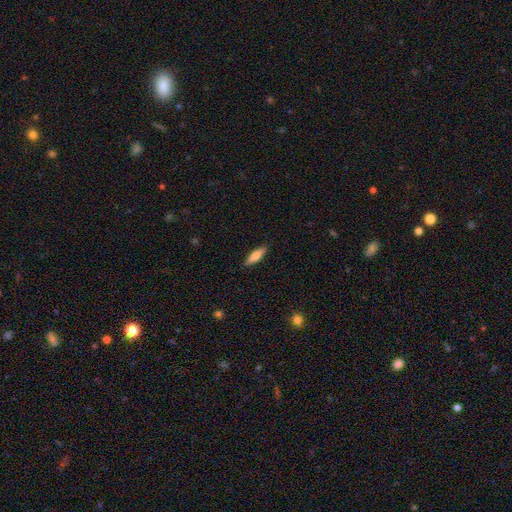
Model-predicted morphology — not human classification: Overall: smooth (62%; featured or disk 32%). How rounded: cigar-shaped (61%; in between 37%). Merging: none (89%).